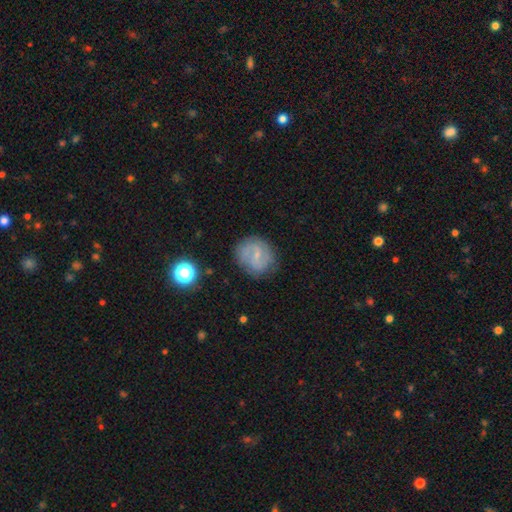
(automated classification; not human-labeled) A featured or disk galaxy (56%) with a weak bar (56%), spiral arms (76%) and a small central bulge (70%). Merging: none (76%).